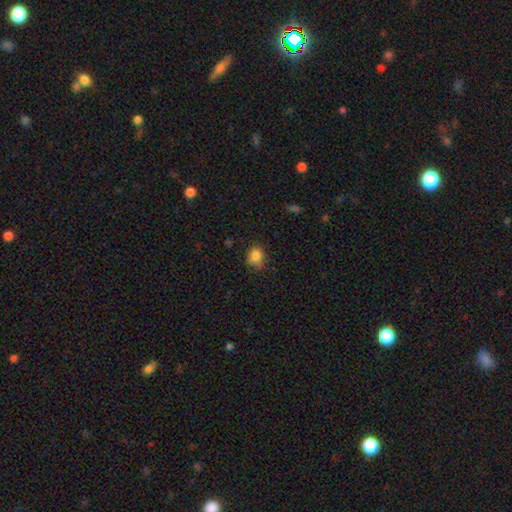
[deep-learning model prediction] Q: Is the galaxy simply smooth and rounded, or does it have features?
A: smooth — 85%.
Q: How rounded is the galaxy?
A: round — 62%.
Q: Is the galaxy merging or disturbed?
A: none — 70%.